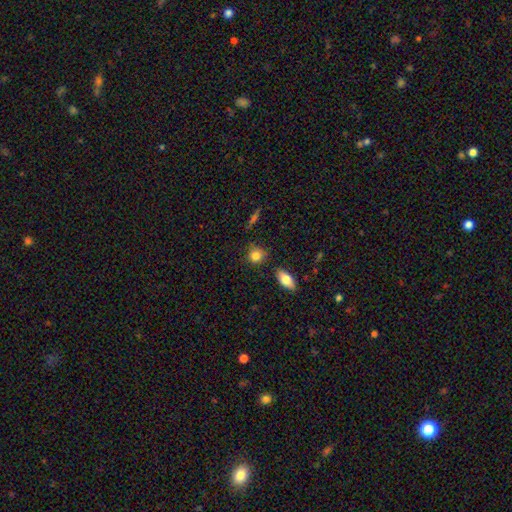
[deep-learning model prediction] This appears to be a smooth galaxy with no disk features (83%) that is round (72%). Merging: none (76%).